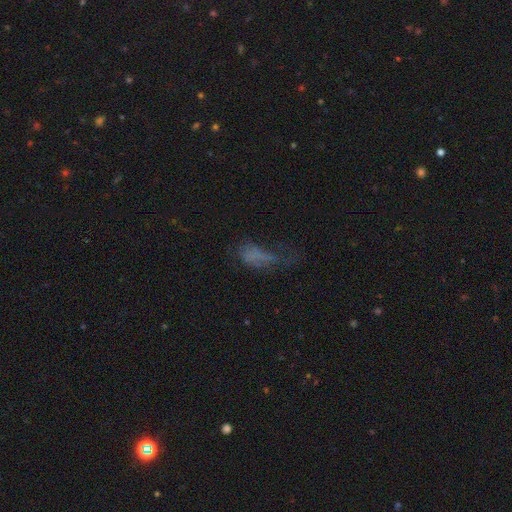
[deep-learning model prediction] Overall: smooth (49%; featured or disk 28%). Merging: major disturbance (47%; none 27%).